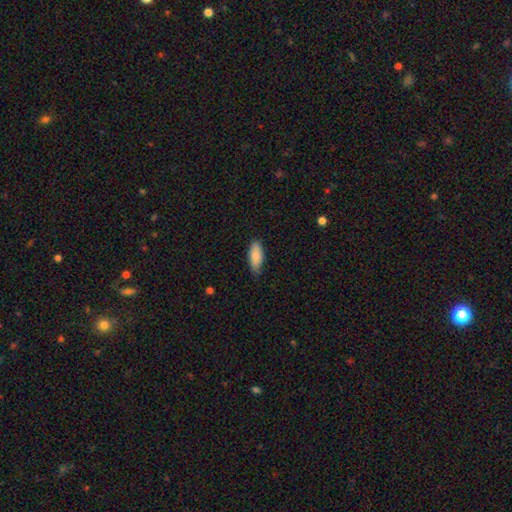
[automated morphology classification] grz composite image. It shows a smooth galaxy with no disk features (86%) that is in between round and cigar-shaped (74%). Merging: none (76%).